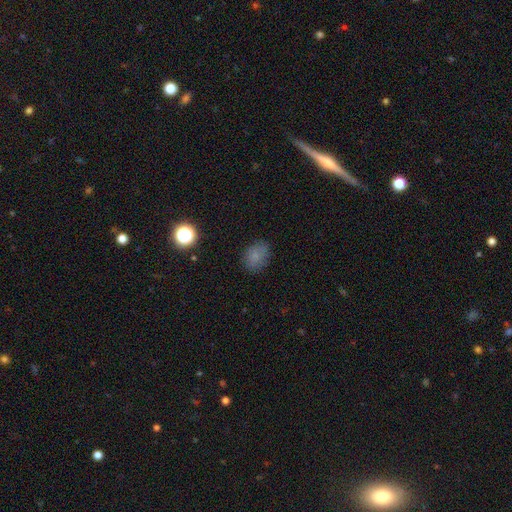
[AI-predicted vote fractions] The model was most divided on "how rounded": in between: 64%, round: 35%, cigar-shaped: 1%. More confident: merging — none (76%); smooth or featured — smooth (75%).